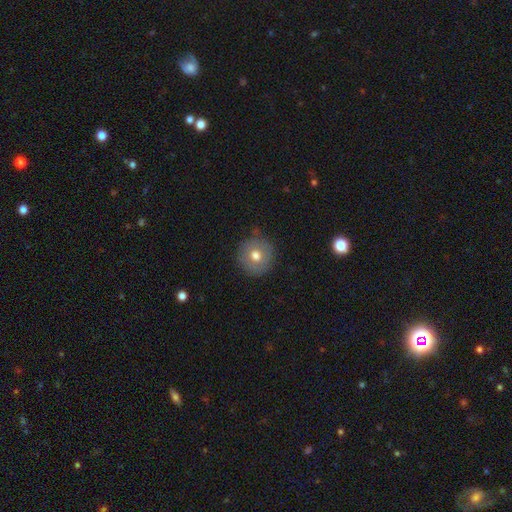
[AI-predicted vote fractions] Smooth or featured?
  - smooth: 70% *
  - featured or disk: 20%
  - star or artifact: 10%
How rounded?
  - round: 94% *
  - in between: 5%
  - cigar-shaped: 1%
Merging?
  - none: 83% *
  - minor disturbance: 12%
  - major disturbance: 3%
  - merger: 2%